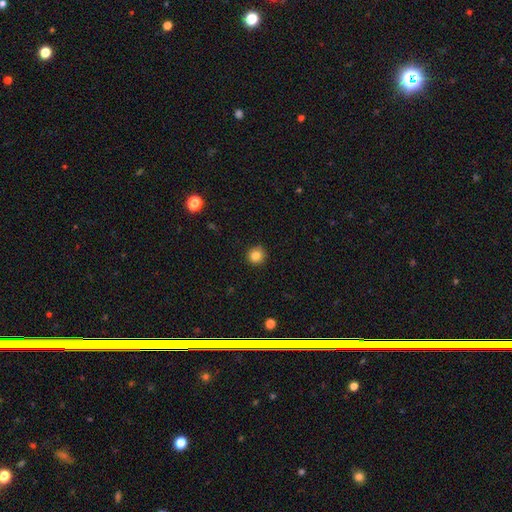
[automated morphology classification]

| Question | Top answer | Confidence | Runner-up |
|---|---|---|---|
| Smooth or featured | smooth | 83% | star or artifact (11%) |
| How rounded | round | 95% | in between (4%) |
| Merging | none | 91% | minor disturbance (6%) |